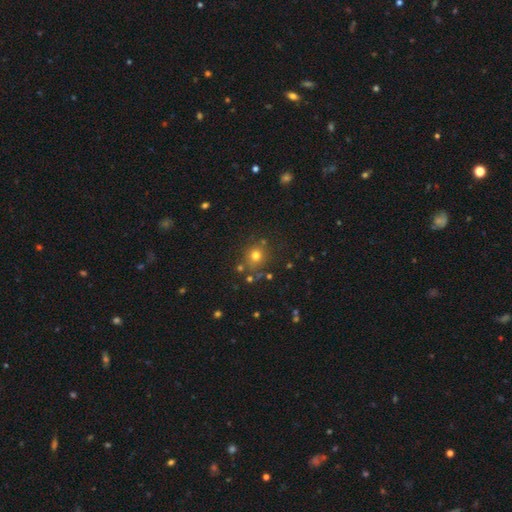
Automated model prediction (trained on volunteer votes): The model was most divided on "smooth or featured": smooth: 72%, star or artifact: 19%, featured or disk: 9%. More confident: how rounded — round (85%); merging — none (78%).